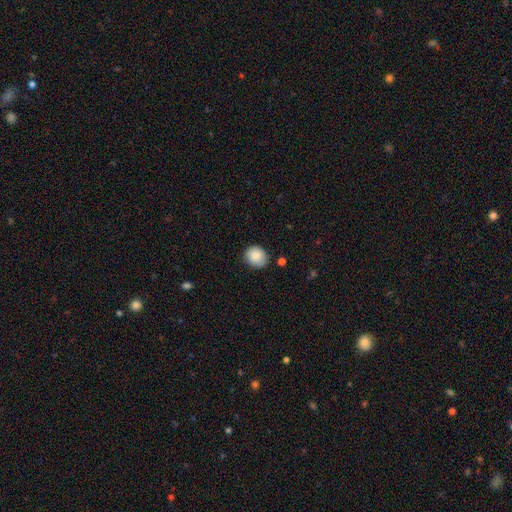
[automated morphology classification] A smooth galaxy with no disk features (87%) that is round (68%). Merging: none (80%).